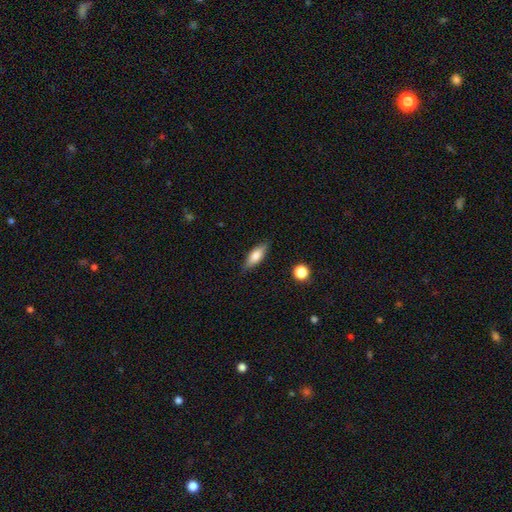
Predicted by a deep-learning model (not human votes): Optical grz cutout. It shows a smooth galaxy with no disk features (76%) that is in between round and cigar-shaped (67%). Merging: none (84%).